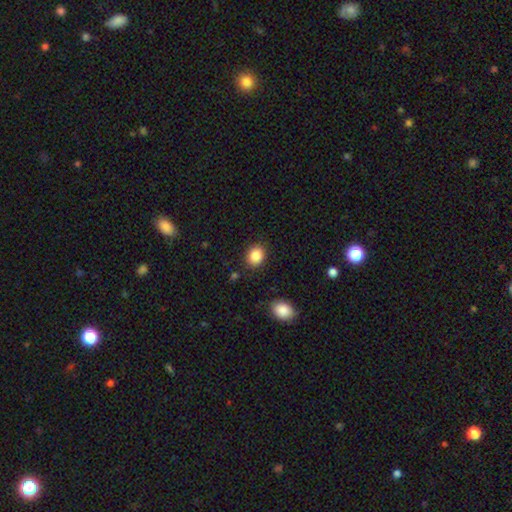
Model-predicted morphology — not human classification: type=smooth (87%); roundness=round (57%); merging=none (87%).